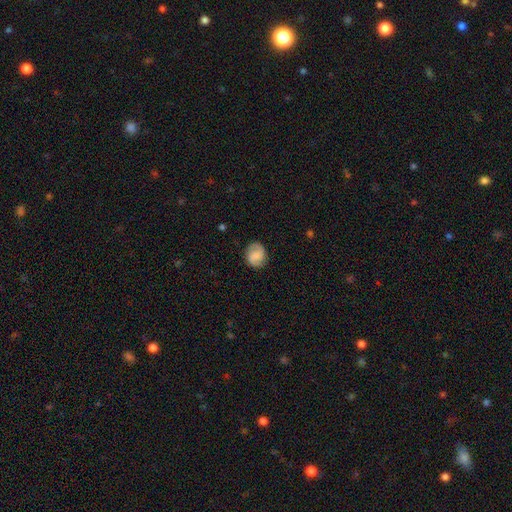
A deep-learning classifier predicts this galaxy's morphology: type=featured or disk (50%); merging=none (84%).